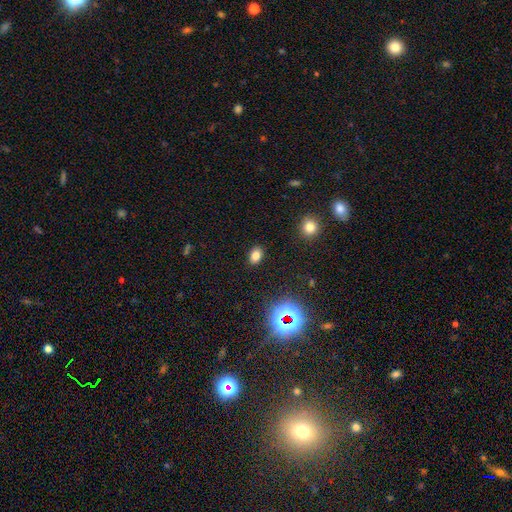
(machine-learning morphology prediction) Q: Smooth or featured?
A: smooth (77%); runner-up: star or artifact (17%)
Q: How rounded?
A: in between (79%); runner-up: round (20%)
Q: Merging?
A: none (88%); runner-up: minor disturbance (8%)